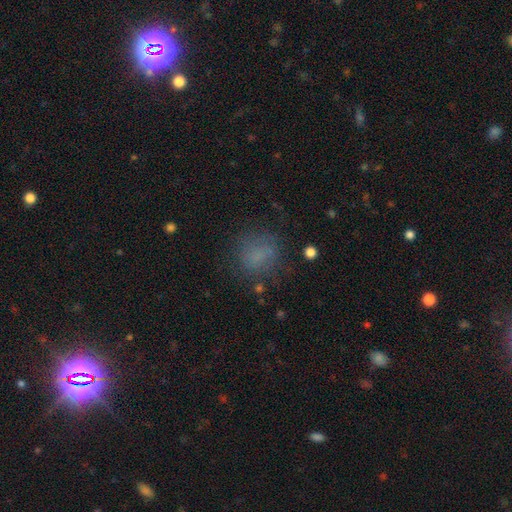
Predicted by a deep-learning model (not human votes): Q: Smooth or featured?
A: smooth (70%); runner-up: star or artifact (18%)
Q: How rounded?
A: round (68%); runner-up: in between (30%)
Q: Merging?
A: none (70%); runner-up: minor disturbance (17%)